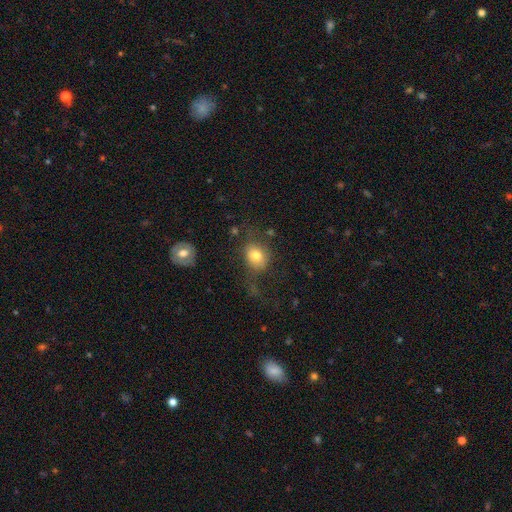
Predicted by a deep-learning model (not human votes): The model was most divided on "how rounded": round: 50%, in between: 49%, cigar-shaped: 1%. More confident: smooth or featured — smooth (76%); merging — none (56%).